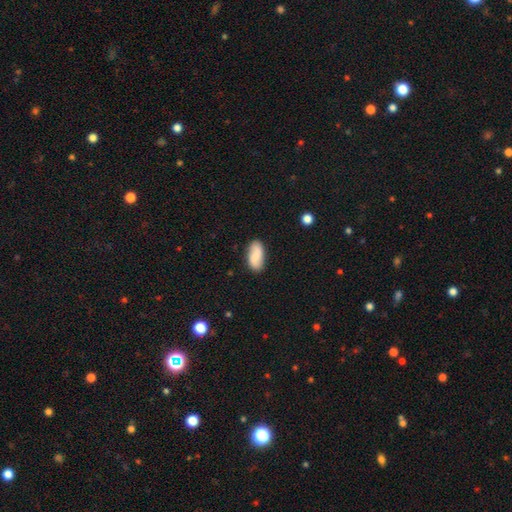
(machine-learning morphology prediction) Q: Smooth or featured?
A: smooth (75%); runner-up: featured or disk (18%)
Q: How rounded?
A: in between (92%); runner-up: cigar-shaped (5%)
Q: Merging?
A: none (82%); runner-up: minor disturbance (13%)